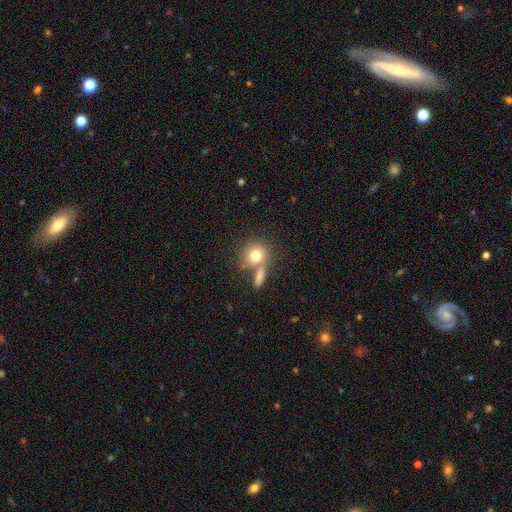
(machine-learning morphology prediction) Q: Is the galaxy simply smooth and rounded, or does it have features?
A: smooth — 77%.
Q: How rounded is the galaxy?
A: round — 78%.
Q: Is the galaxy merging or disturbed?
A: none — 54%.